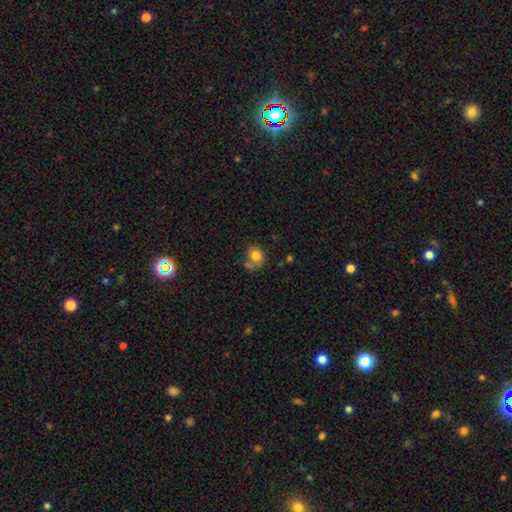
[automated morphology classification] A smooth galaxy with no disk features (79%) that is round (71%). Merging: none (49%).